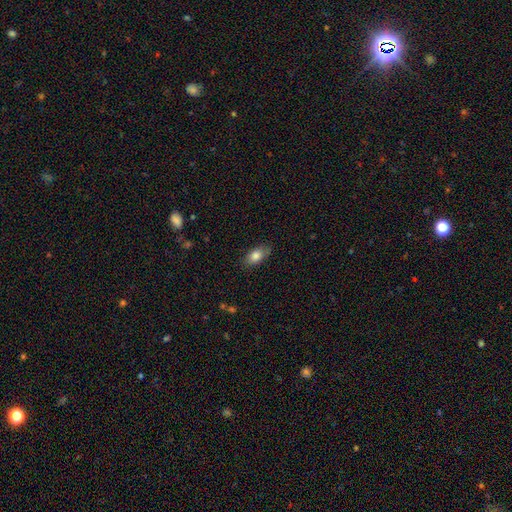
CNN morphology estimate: Smooth or featured?
  - smooth: 82% *
  - featured or disk: 11%
  - star or artifact: 8%
How rounded?
  - in between: 88% *
  - round: 7%
  - cigar-shaped: 5%
Merging?
  - none: 79% *
  - minor disturbance: 16%
  - major disturbance: 3%
  - merger: 1%